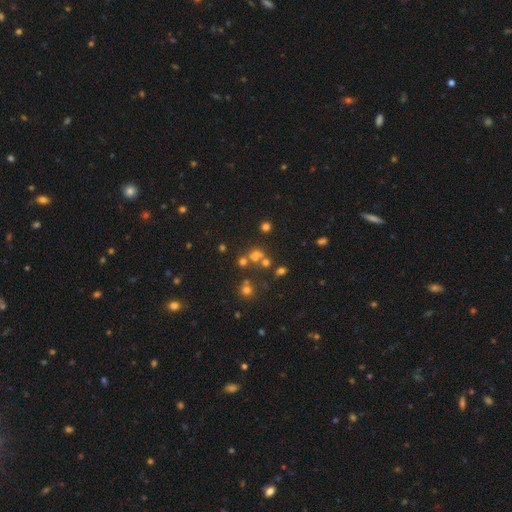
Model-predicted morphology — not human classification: A smooth galaxy with no disk features (45%).

Vote fractions:
- Smooth or featured? smooth: 45% / star or artifact: 40% / featured or disk: 15%
- Merging? none: 56% / merger: 29% / minor disturbance: 9% / major disturbance: 6%